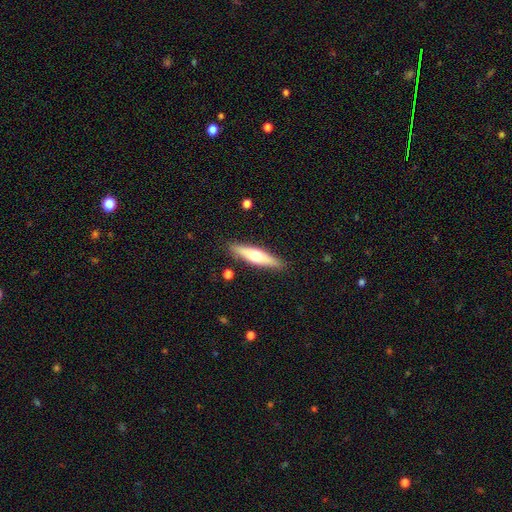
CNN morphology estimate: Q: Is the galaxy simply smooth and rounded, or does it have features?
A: smooth — 48%.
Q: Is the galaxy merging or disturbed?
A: none — 88%.